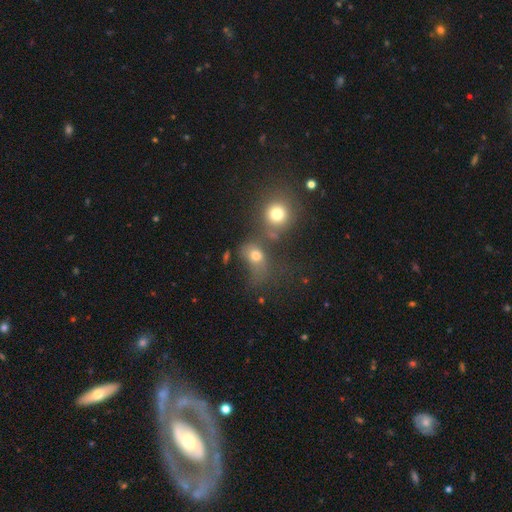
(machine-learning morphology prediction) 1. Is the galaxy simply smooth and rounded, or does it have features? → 69% smooth, 17% star or artifact, 14% featured or disk.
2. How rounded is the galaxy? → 54% round, 44% in between, 2% cigar-shaped.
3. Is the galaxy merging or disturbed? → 35% merger, 32% none, 19% major disturbance, 15% minor disturbance.